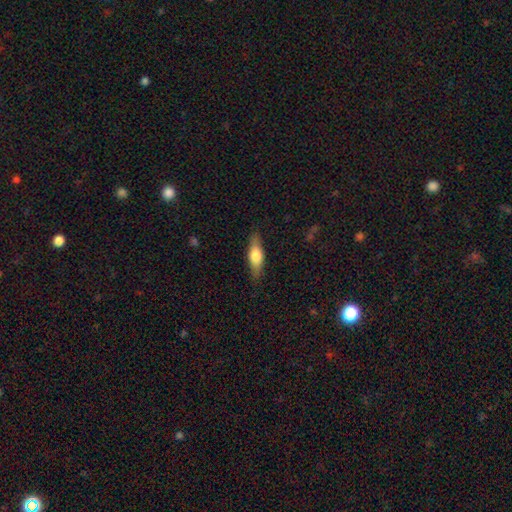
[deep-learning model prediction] This is possibly a smooth galaxy (59%). How rounded: possibly in between (50%). Merging: clearly none (85%).